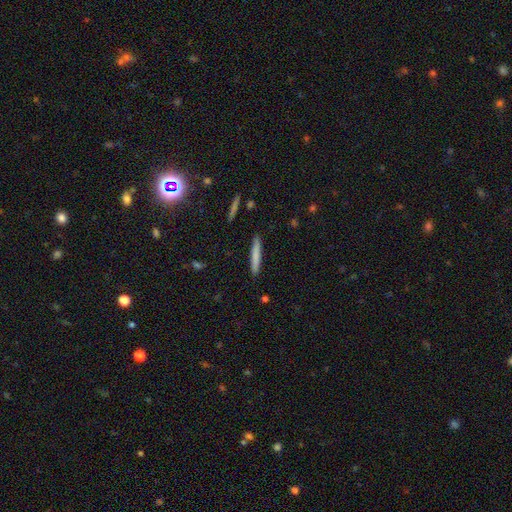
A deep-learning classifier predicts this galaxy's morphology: smooth-or-featured: smooth: 76% | featured or disk: 18% | star or artifact: 6%
  how-rounded: cigar-shaped: 95% | in between: 4% | round: 1%
  merging: none: 91% | minor disturbance: 7% | major disturbance: 1% | merger: 1%